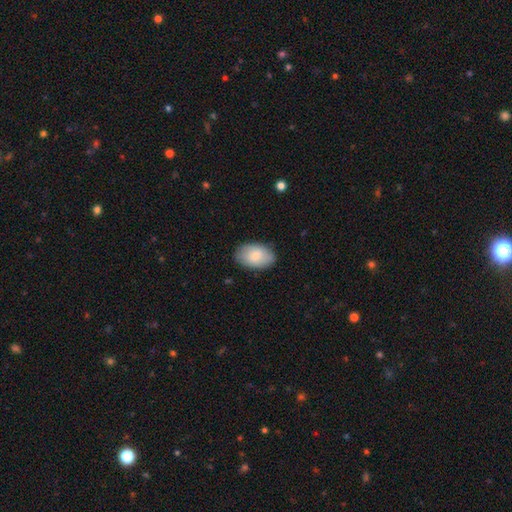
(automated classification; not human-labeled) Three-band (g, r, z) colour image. It shows a smooth galaxy with no disk features (79%) that is in between round and cigar-shaped (90%). Merging: none (83%).